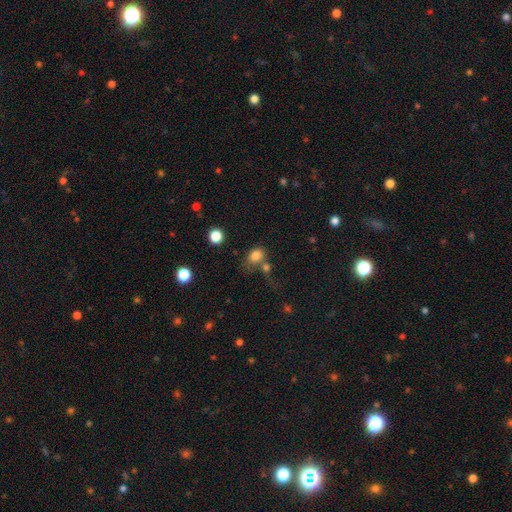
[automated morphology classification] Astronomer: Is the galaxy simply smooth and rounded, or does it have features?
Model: smooth — 80%.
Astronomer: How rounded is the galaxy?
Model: in between — 61% (runner-up: round, 38%).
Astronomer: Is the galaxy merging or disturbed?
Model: none — 45% (runner-up: merger, 28%).